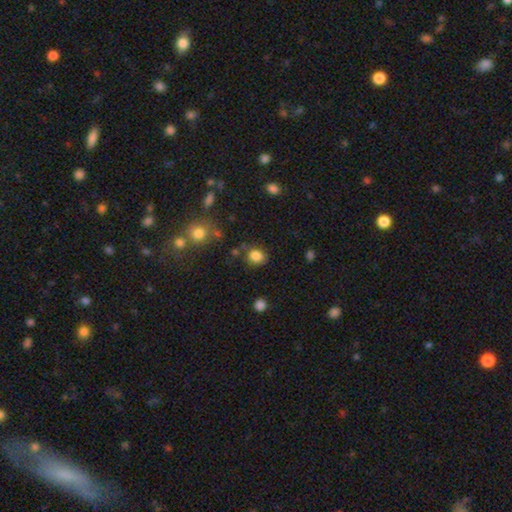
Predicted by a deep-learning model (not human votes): smooth_or_featured: smooth (p=0.84) [alt: star or artifact p=0.11]
how_rounded: round (p=0.62) [alt: in between p=0.37]
merging: none (p=0.75) [alt: minor disturbance p=0.15]